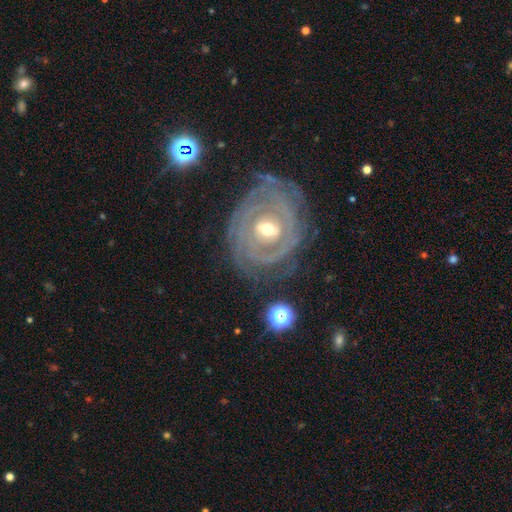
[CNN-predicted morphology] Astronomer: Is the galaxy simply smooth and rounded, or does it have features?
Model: featured or disk — 77%.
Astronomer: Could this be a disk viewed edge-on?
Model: no — 95%.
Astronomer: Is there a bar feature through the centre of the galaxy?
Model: no — 55% (runner-up: weak, 31%).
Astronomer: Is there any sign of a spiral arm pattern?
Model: yes — 77%.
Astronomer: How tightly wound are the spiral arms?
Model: tight — 73%.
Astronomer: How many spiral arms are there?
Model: can't tell — 37% (runner-up: 2, 33%).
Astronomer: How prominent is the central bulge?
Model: moderate — 62%.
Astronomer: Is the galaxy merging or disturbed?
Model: none — 75%.